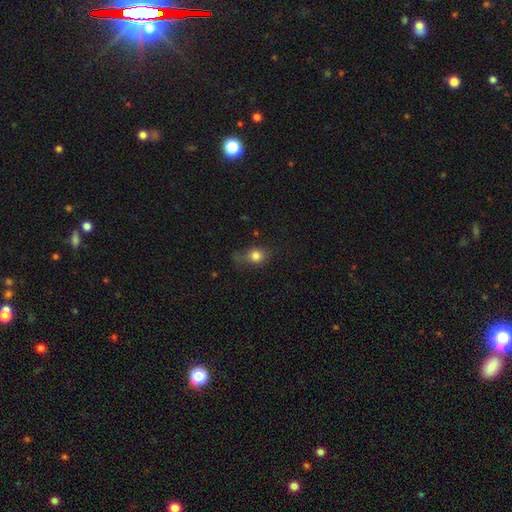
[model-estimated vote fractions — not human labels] Smooth or featured: smooth — 78% (star or artifact — 12%)
How rounded: round — 64% (in between — 33%)
Merging: none — 51% (minor disturbance — 29%)